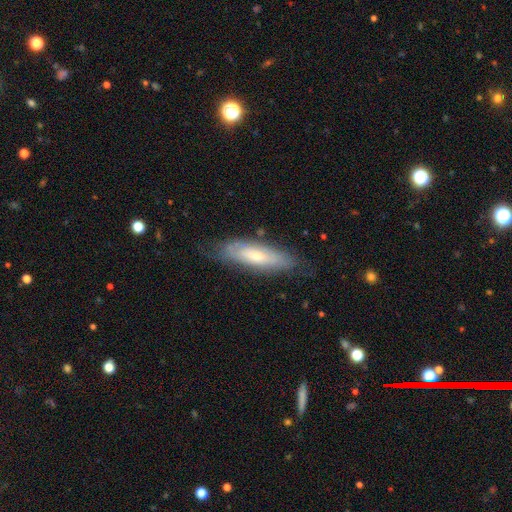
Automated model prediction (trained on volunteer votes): The model was most divided on "smooth or featured": featured or disk: 50%, smooth: 43%, star or artifact: 7%. More confident: merging — none (69%); edge-on disk — no (60%).